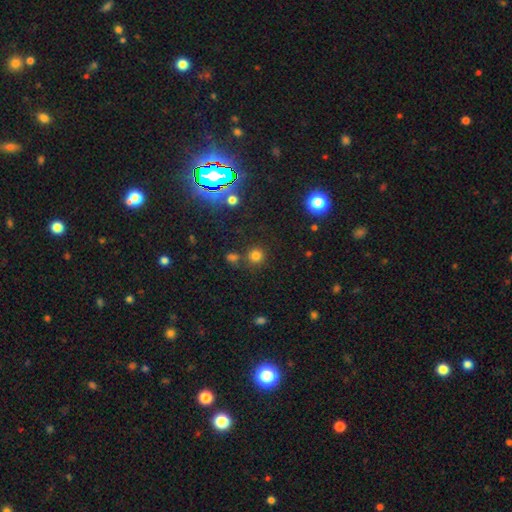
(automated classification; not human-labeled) smooth 74%, star or artifact 20%, featured or disk 6%. Down the decision tree: how rounded — round (92%); merging — none (74%).